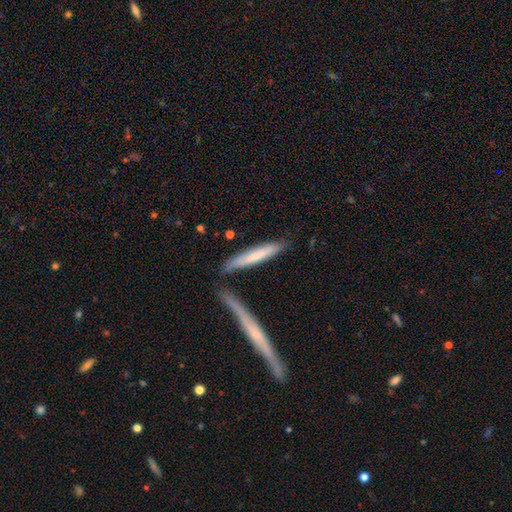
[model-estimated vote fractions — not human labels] The model was most divided on "smooth or featured": smooth: 62%, featured or disk: 32%, star or artifact: 6%. More confident: how rounded — cigar-shaped (91%); merging — none (69%).